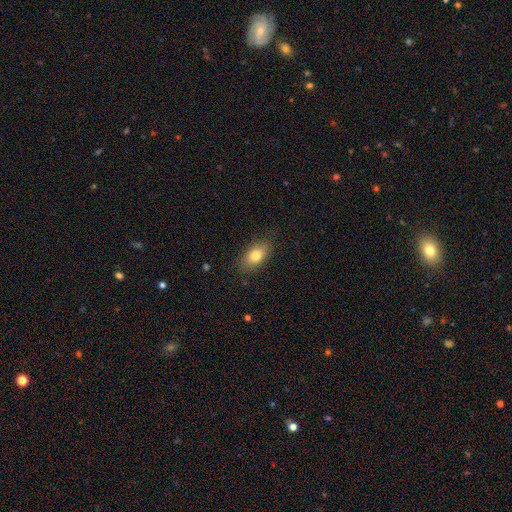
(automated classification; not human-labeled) This appears to be a smooth galaxy with no disk features (78%) that is in between round and cigar-shaped (88%). Merging: none (84%).